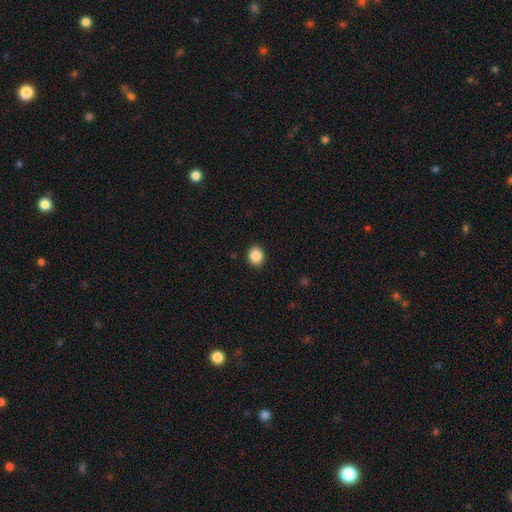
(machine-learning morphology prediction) Q: Smooth or featured?
A: smooth (87%); runner-up: star or artifact (9%)
Q: How rounded?
A: round (59%); runner-up: in between (40%)
Q: Merging?
A: none (91%); runner-up: minor disturbance (6%)